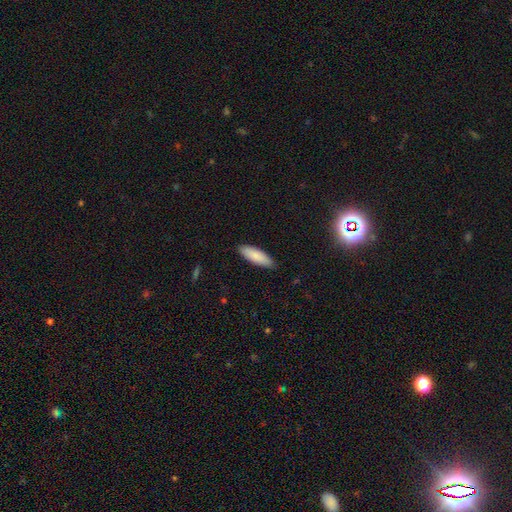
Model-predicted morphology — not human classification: smooth-or-featured: smooth: 86% | featured or disk: 8% | star or artifact: 5%
  how-rounded: in between: 56% | cigar-shaped: 42% | round: 1%
  merging: none: 88% | minor disturbance: 9% | major disturbance: 2% | merger: 1%